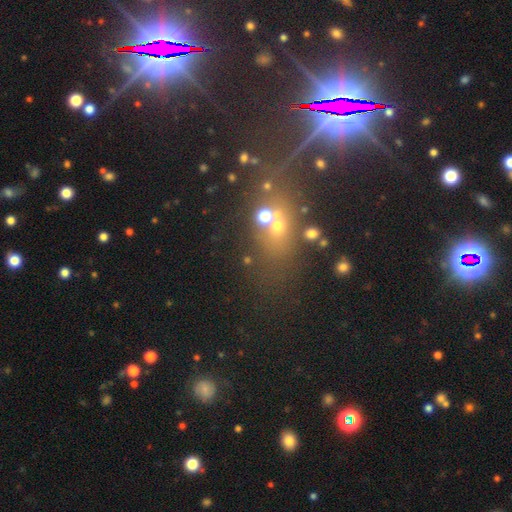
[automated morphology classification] Q: Smooth or featured?
A: star or artifact (68%); runner-up: smooth (21%)